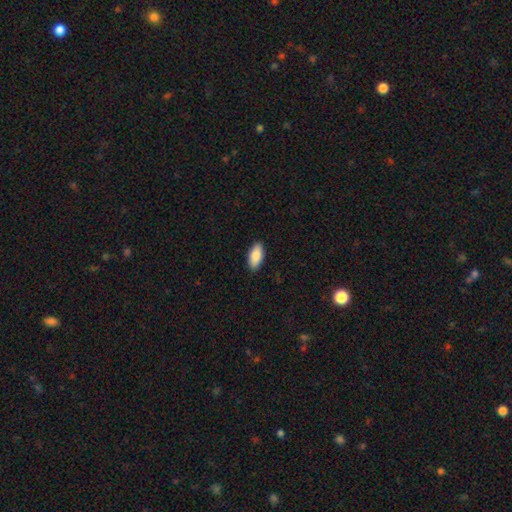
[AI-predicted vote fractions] smooth 87%, featured or disk 7%, star or artifact 6%. Down the decision tree: how rounded — in between (91%); merging — none (90%).